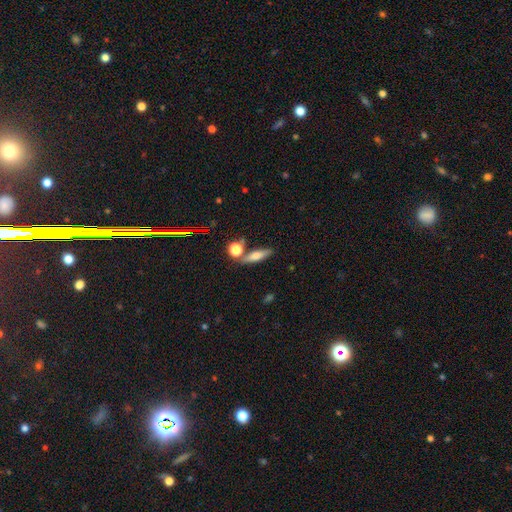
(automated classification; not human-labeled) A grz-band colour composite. It shows a smooth galaxy with no disk features (63%) that is cigar-shaped (56%). Merging: none (71%).